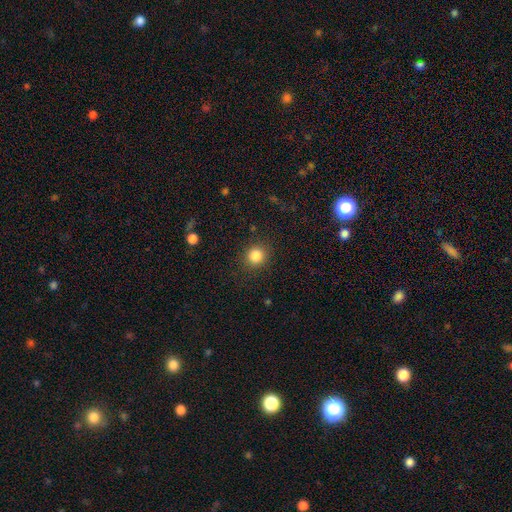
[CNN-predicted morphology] Smooth or featured?
  - smooth: 84% *
  - star or artifact: 11%
  - featured or disk: 4%
How rounded?
  - round: 88% *
  - in between: 11%
  - cigar-shaped: 1%
Merging?
  - none: 89% *
  - minor disturbance: 7%
  - major disturbance: 3%
  - merger: 1%